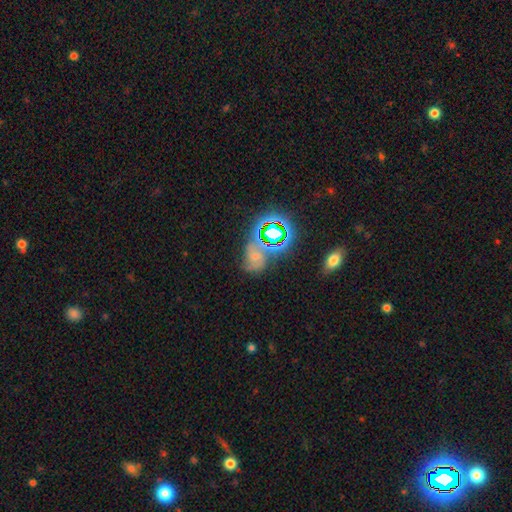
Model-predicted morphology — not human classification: This is marginally a star or artifact rather than a galaxy (37%, tied with featured or disk).